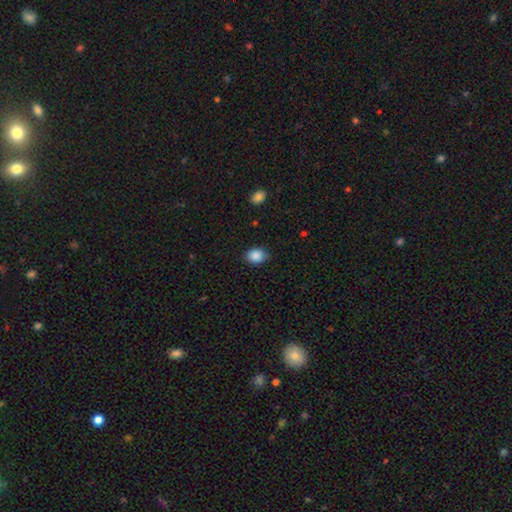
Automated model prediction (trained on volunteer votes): A smooth galaxy with no disk features (88%) that is in between round and cigar-shaped (63%).

Vote fractions:
- Smooth or featured? smooth: 88% / star or artifact: 8% / featured or disk: 4%
- How rounded? in between: 63% / round: 36% / cigar-shaped: 1%
- Merging? none: 81% / minor disturbance: 15% / major disturbance: 3% / merger: 1%